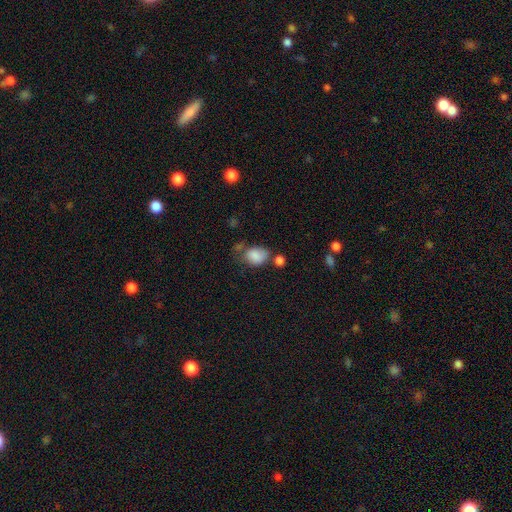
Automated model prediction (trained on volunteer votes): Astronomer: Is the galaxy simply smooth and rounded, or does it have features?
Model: smooth — 83%.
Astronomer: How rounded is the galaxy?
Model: in between — 66%.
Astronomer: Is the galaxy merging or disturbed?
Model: none — 43% (runner-up: minor disturbance, 26%).